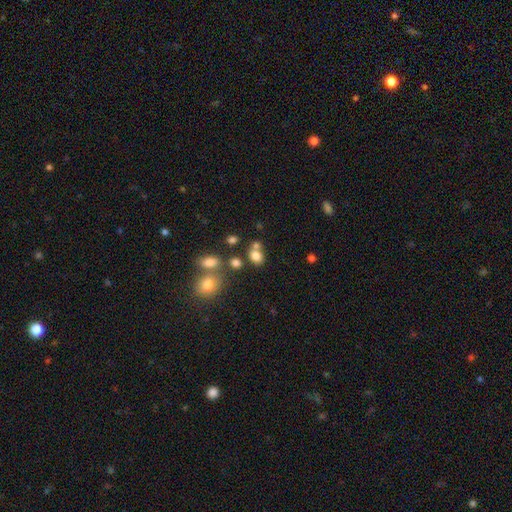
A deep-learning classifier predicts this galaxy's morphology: smooth 78%, star or artifact 13%, featured or disk 9%. Down the decision tree: how rounded — in between (51%); merging — none (51%).